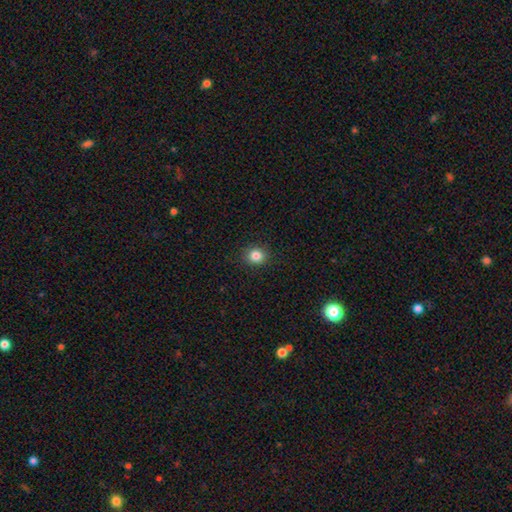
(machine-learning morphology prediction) A smooth galaxy with no disk features (84%) that is round (83%). Merging: none (91%).